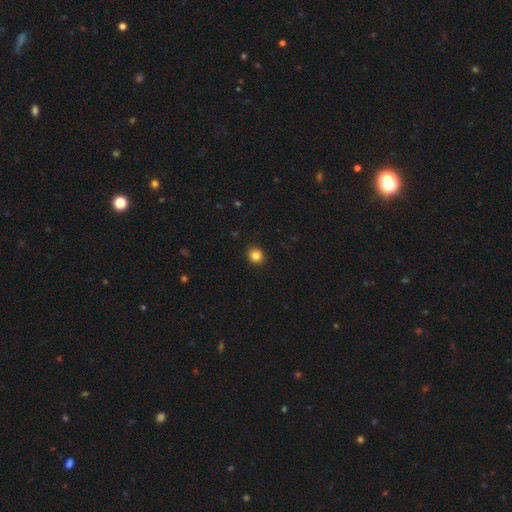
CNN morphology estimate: smooth_or_featured: smooth (p=0.85) [alt: star or artifact p=0.11]
how_rounded: round (p=0.83) [alt: in between p=0.16]
merging: none (p=0.91) [alt: minor disturbance p=0.06]